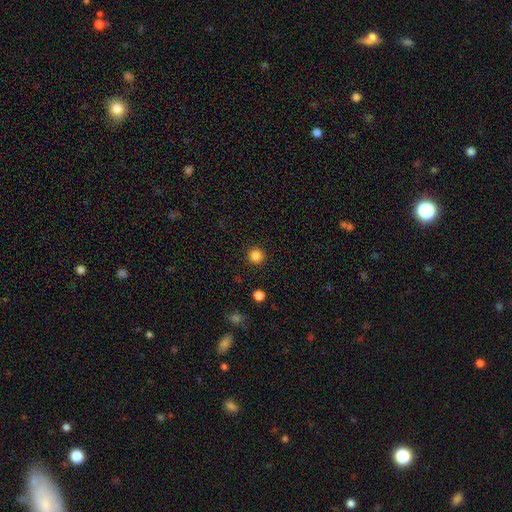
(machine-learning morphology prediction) smooth_or_featured: smooth (p=0.85) [alt: star or artifact p=0.12]
how_rounded: round (p=0.95) [alt: in between p=0.04]
merging: none (p=0.92) [alt: minor disturbance p=0.05]